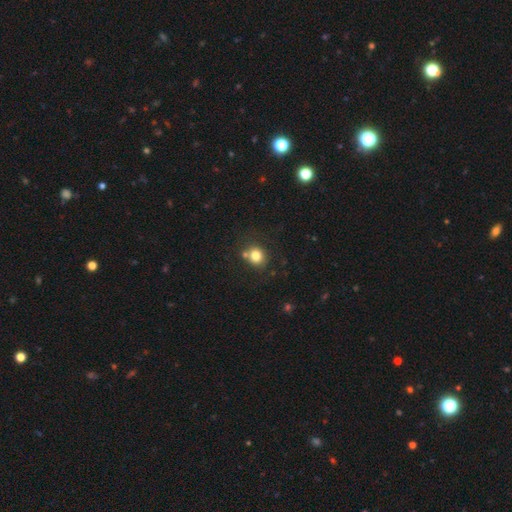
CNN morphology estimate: type=smooth (80%); roundness=round (78%); merging=none (70%).